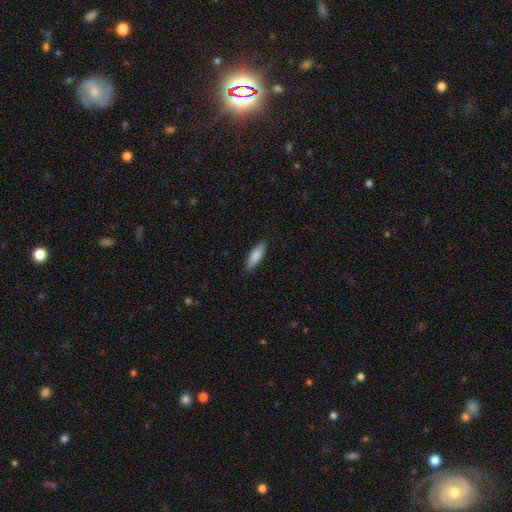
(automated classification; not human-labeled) This is clearly a smooth galaxy (84%). How rounded: possibly cigar-shaped (54%). Merging: clearly none (89%).